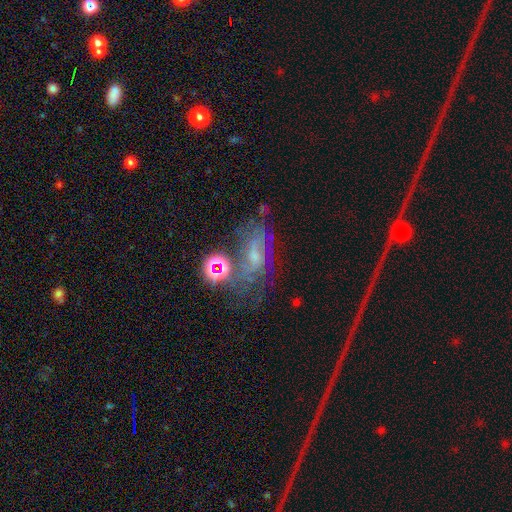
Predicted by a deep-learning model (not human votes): The model was most divided on "smooth or featured": featured or disk: 52%, star or artifact: 28%, smooth: 20%. More confident: edge-on disk — no (89%); merging — none (52%).